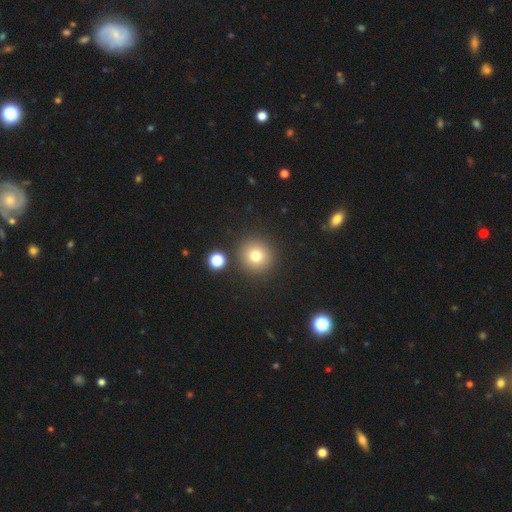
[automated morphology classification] Q: Smooth or featured?
A: smooth (77%); runner-up: star or artifact (15%)
Q: How rounded?
A: round (94%); runner-up: in between (5%)
Q: Merging?
A: none (87%); runner-up: minor disturbance (6%)